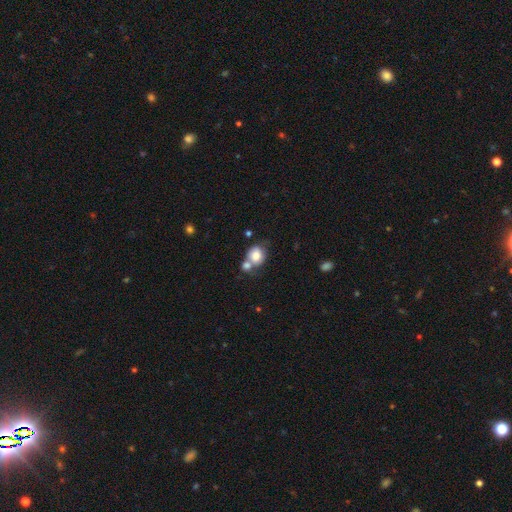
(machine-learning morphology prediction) Smooth or featured? Predicted: smooth (p=0.78). How rounded? Predicted: round (p=0.67). Merging? Predicted: merger (p=0.45).